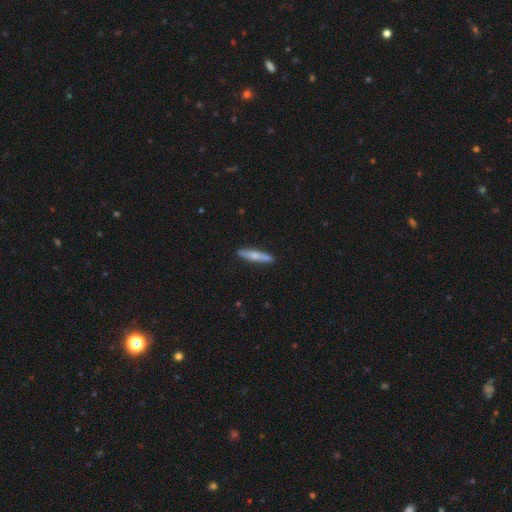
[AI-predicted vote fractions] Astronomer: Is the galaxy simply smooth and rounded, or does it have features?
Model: smooth — 60% (runner-up: featured or disk, 35%).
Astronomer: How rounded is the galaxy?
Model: cigar-shaped — 91%.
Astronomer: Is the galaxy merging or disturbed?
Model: none — 90%.